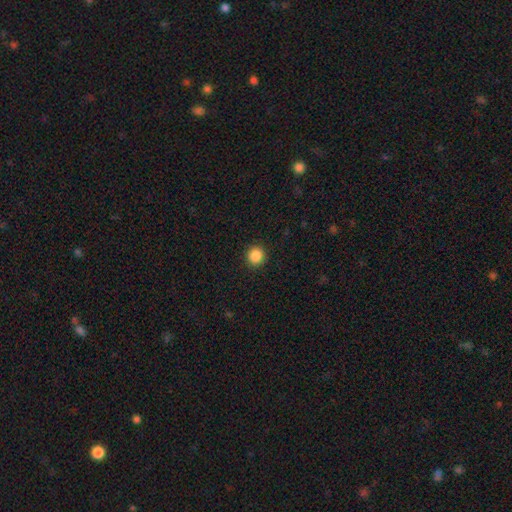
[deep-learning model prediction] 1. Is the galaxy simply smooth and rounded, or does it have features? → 87% smooth, 10% star or artifact, 3% featured or disk.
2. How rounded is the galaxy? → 93% round, 6% in between, 1% cigar-shaped.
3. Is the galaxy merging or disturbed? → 92% none, 5% minor disturbance, 2% major disturbance, 1% merger.